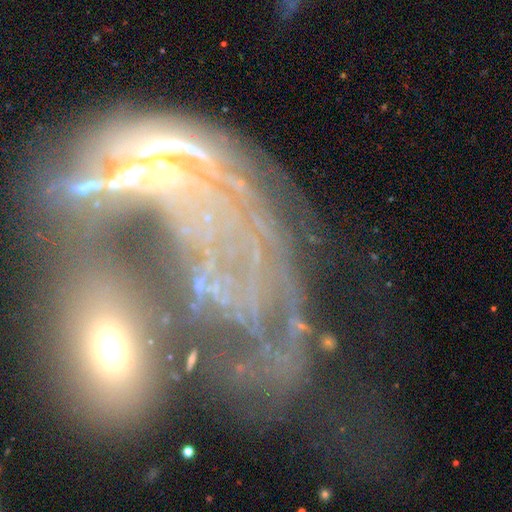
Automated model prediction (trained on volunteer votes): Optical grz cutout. It shows a featured or disk galaxy (62%) with no bar (74%), no spiral arms (52%) and a small central bulge (37%). Merging: merger (39%).